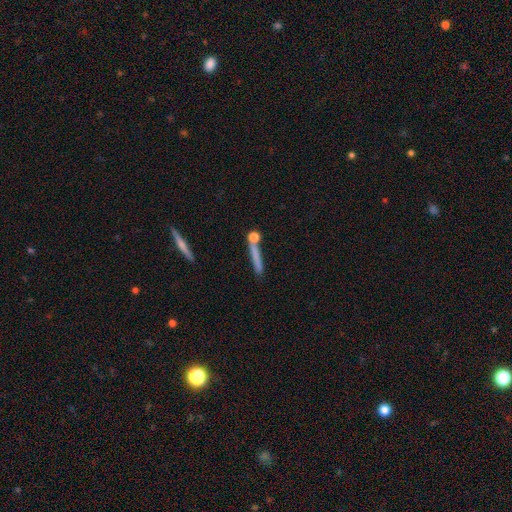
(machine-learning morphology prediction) Smooth or featured? smooth (67%)
How rounded? cigar-shaped (85%)
Merging? none (70%)